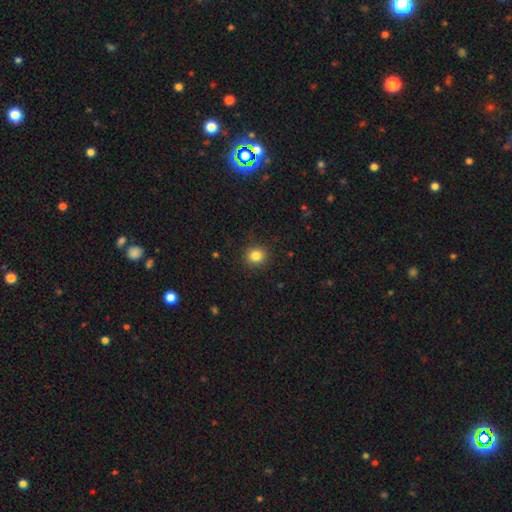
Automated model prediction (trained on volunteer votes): The model was most divided on "smooth or featured": smooth: 83%, star or artifact: 12%, featured or disk: 5%. More confident: merging — none (91%); how rounded — round (90%).